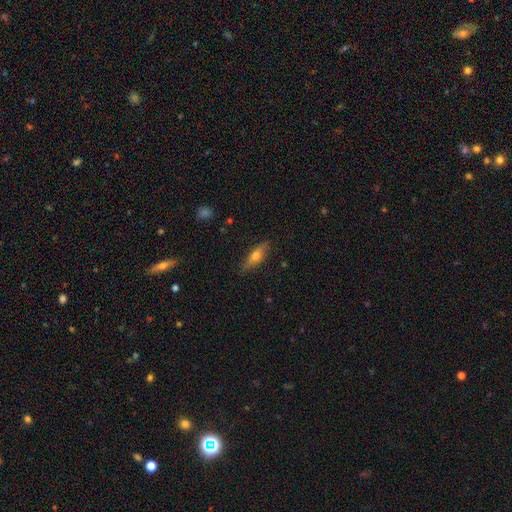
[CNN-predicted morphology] type=smooth (51%); roundness=cigar-shaped (54%); merging=none (83%).